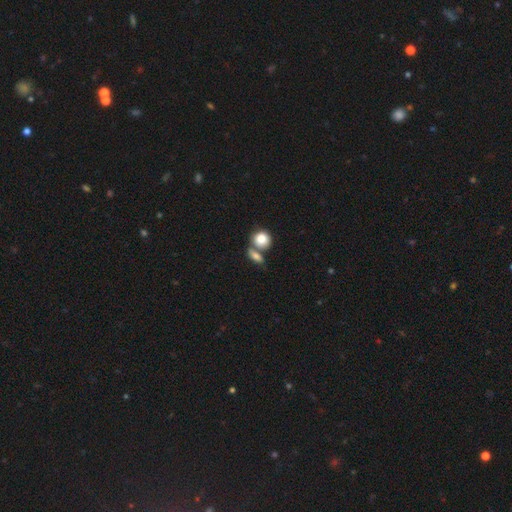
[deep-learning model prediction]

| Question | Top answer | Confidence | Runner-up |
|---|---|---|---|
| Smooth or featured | smooth | 78% | featured or disk (13%) |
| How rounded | in between | 53% | round (38%) |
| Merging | none | 45% | merger (41%) |